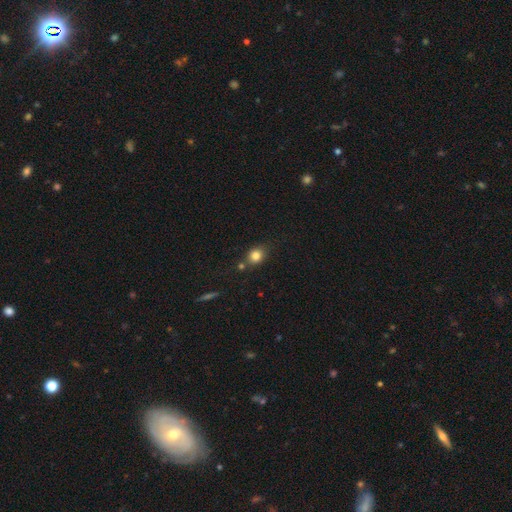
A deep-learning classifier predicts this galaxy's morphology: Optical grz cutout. It shows a smooth galaxy with no disk features (82%) that is round (66%). Merging: none (68%).